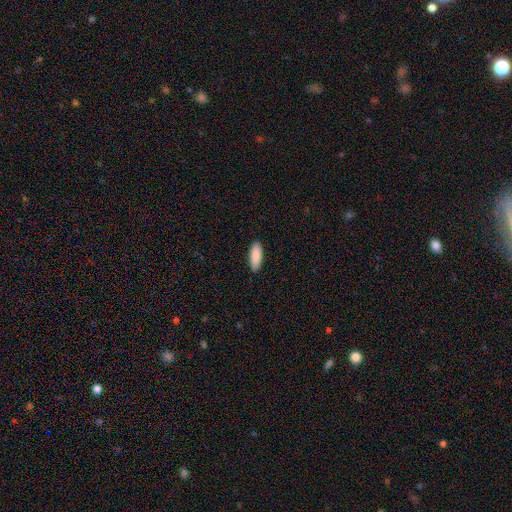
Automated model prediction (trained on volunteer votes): Smooth or featured? smooth (90%)
How rounded? in between (70%)
Merging? none (91%)